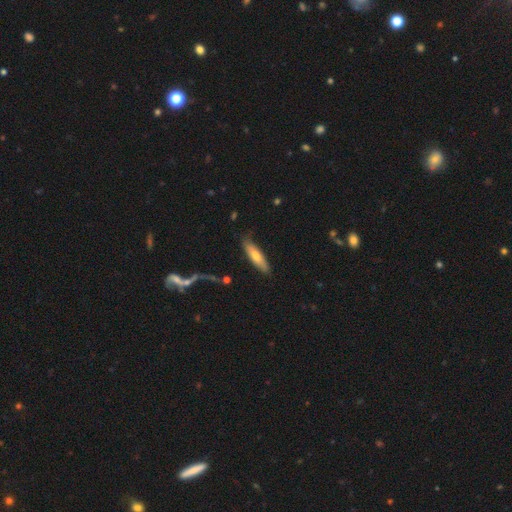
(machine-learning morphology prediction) This appears to be a smooth galaxy with no disk features (60%) that is cigar-shaped (68%). Merging: none (77%).